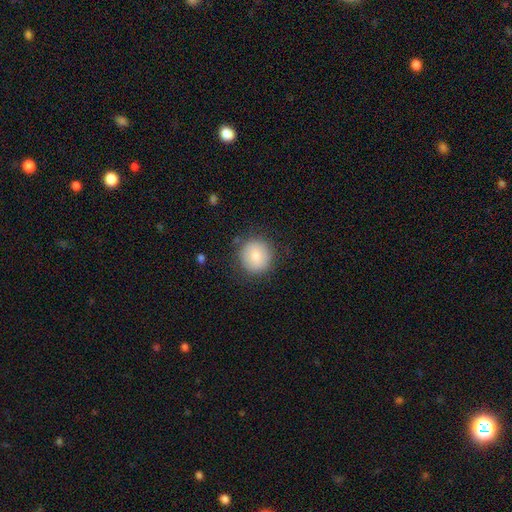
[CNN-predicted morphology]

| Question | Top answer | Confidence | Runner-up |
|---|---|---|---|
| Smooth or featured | smooth | 83% | featured or disk (9%) |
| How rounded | round | 92% | in between (7%) |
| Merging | none | 84% | minor disturbance (11%) |